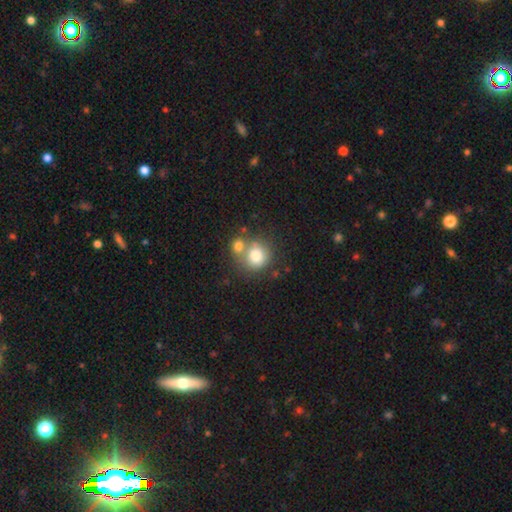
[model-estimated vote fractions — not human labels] smooth_or_featured: smooth (p=0.77) [alt: featured or disk p=0.13]
how_rounded: round (p=0.82) [alt: in between p=0.17]
merging: merger (p=0.44) [alt: none p=0.41]